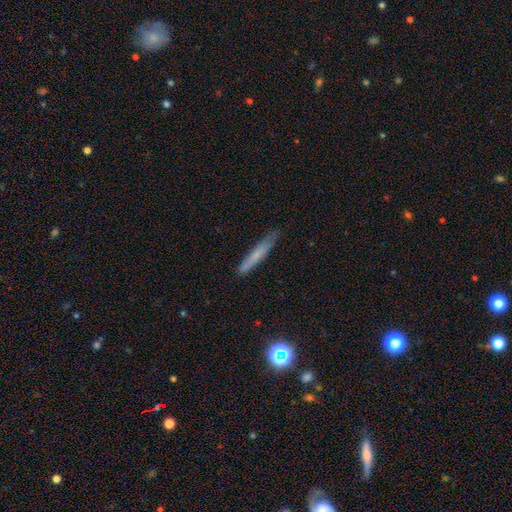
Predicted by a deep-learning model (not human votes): A smooth galaxy with no disk features (63%) that is cigar-shaped (94%).

Vote fractions:
- Smooth or featured? smooth: 63% / featured or disk: 28% / star or artifact: 9%
- How rounded? cigar-shaped: 94% / in between: 5% / round: 2%
- Merging? none: 79% / minor disturbance: 17% / major disturbance: 3% / merger: 2%